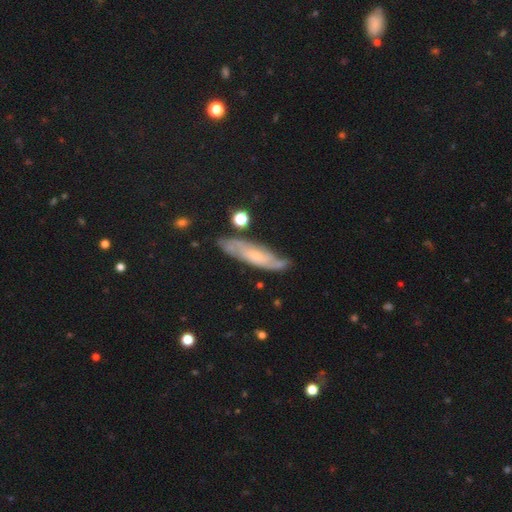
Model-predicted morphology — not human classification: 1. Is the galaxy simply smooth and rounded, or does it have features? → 68% featured or disk, 23% smooth, 9% star or artifact.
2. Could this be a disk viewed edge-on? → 71% no, 29% yes.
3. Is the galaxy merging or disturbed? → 74% none, 18% minor disturbance, 5% major disturbance, 3% merger.